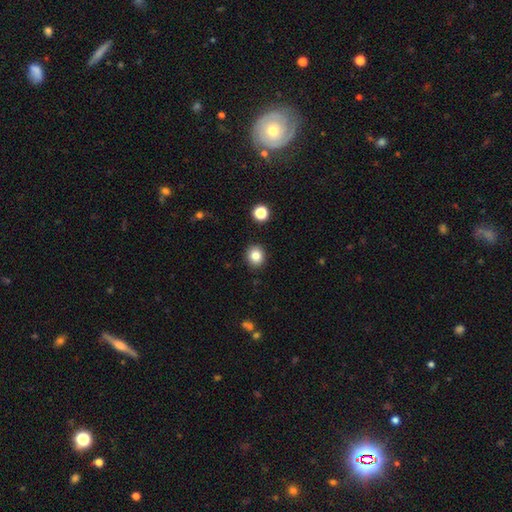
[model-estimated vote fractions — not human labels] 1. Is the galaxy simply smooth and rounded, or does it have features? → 82% smooth, 11% star or artifact, 7% featured or disk.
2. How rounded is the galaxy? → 81% round, 18% in between, 1% cigar-shaped.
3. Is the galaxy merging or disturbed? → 90% none, 6% minor disturbance, 2% major disturbance, 2% merger.